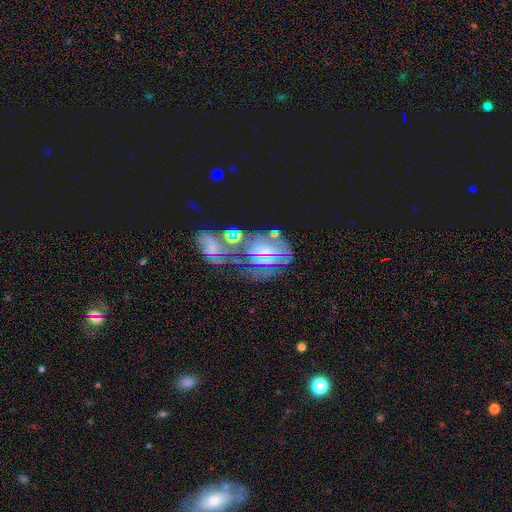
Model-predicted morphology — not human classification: Q: Smooth or featured?
A: featured or disk (62%); runner-up: star or artifact (21%)
Q: Edge-on disk?
A: no (96%); runner-up: yes (4%)
Q: Bar?
A: no (53%); runner-up: weak (30%)
Q: Spiral arms?
A: yes (64%); runner-up: no (36%)
Q: Bulge size?
A: small (54%); runner-up: none (22%)
Q: Merging?
A: merger (33%); runner-up: none (32%)